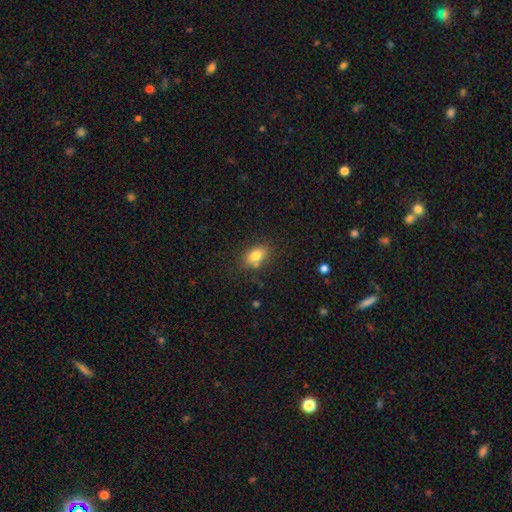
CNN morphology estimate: A smooth galaxy with no disk features (81%) that is in between round and cigar-shaped (82%).

Vote fractions:
- Smooth or featured? smooth: 81% / star or artifact: 10% / featured or disk: 9%
- How rounded? in between: 82% / round: 15% / cigar-shaped: 2%
- Merging? none: 76% / minor disturbance: 14% / merger: 7% / major disturbance: 4%